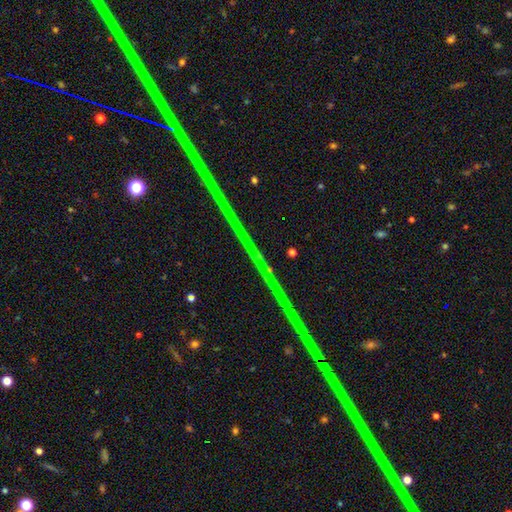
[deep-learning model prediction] A star or artifact, not a galaxy (90%).